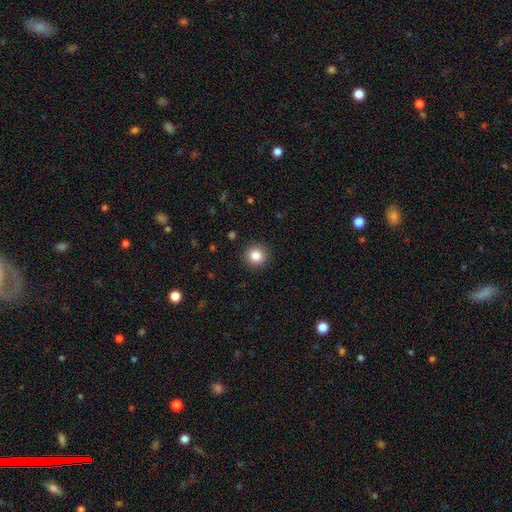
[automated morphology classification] The model was most divided on "smooth or featured": smooth: 84%, star or artifact: 11%, featured or disk: 5%. More confident: how rounded — round (93%); merging — none (91%).